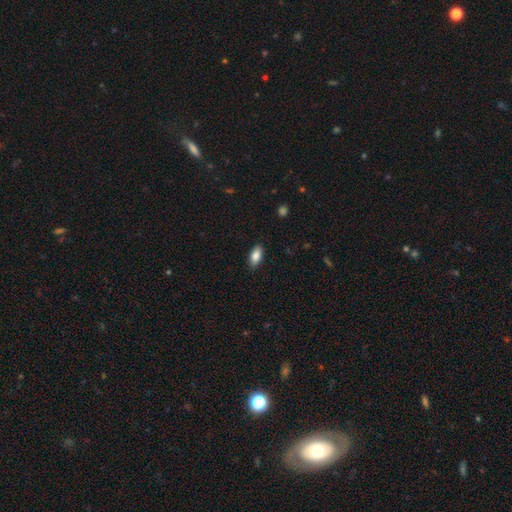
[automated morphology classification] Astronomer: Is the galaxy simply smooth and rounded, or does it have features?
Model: smooth — 85%.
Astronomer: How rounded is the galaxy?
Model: in between — 90%.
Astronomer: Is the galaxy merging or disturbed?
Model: none — 88%.